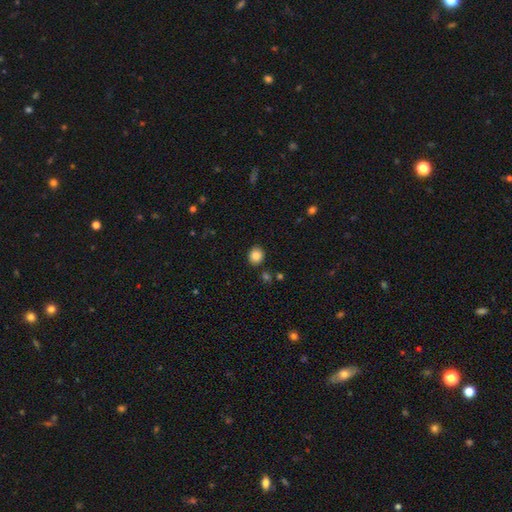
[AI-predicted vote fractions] smooth 85%, star or artifact 10%, featured or disk 5%. Down the decision tree: how rounded — round (78%); merging — none (89%).